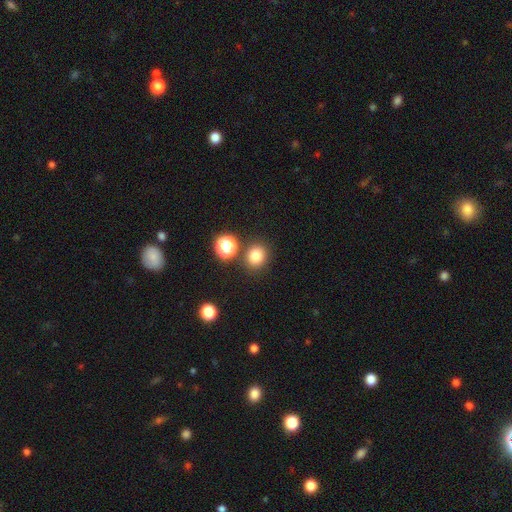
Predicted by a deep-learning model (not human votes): Q: Smooth or featured?
A: smooth (80%); runner-up: star or artifact (14%)
Q: How rounded?
A: round (75%); runner-up: in between (24%)
Q: Merging?
A: none (81%); runner-up: minor disturbance (8%)